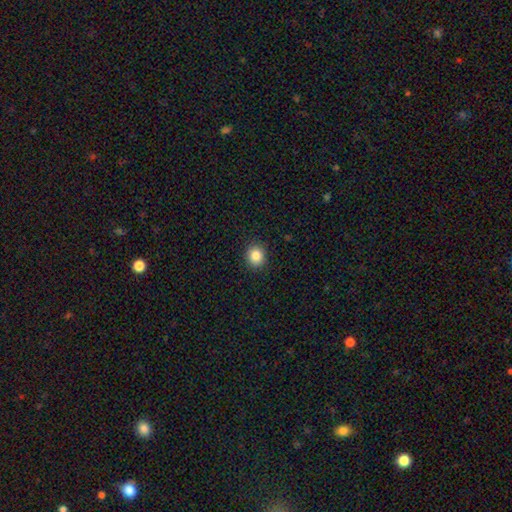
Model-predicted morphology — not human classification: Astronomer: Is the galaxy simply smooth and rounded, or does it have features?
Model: smooth — 86%.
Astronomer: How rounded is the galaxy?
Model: round — 85%.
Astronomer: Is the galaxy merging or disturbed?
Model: none — 91%.